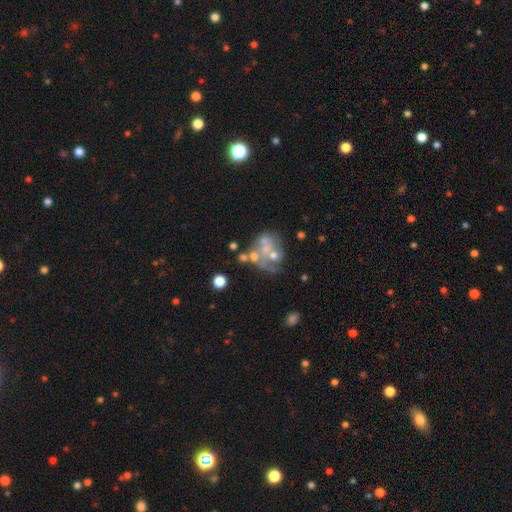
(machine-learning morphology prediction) smooth-or-featured: featured or disk: 59% | smooth: 22% | star or artifact: 19%
  disk-edge-on: no: 98% | yes: 2%
    bar: no: 89% | weak: 9% | strong: 3%
    has-spiral-arms: no: 79% | yes: 21%
    bulge-size: none: 39% | small: 33% | moderate: 24% | large: 3% | dominant: 2%
  merging: none: 34% | merger: 27% | major disturbance: 23% | minor disturbance: 16%